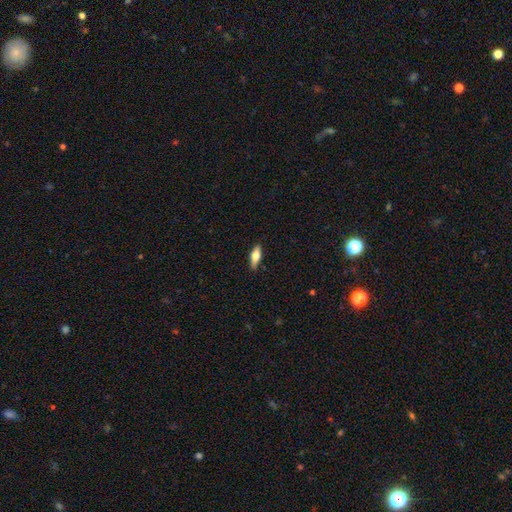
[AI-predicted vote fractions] This is possibly a smooth galaxy (53%). How rounded: possibly in between (57%). Merging: clearly none (86%).